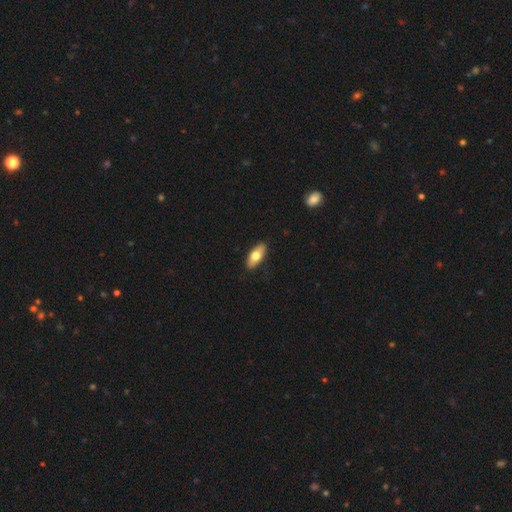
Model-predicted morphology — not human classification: This is likely a smooth galaxy (70%). How rounded: clearly in between (83%). Merging: clearly none (89%).